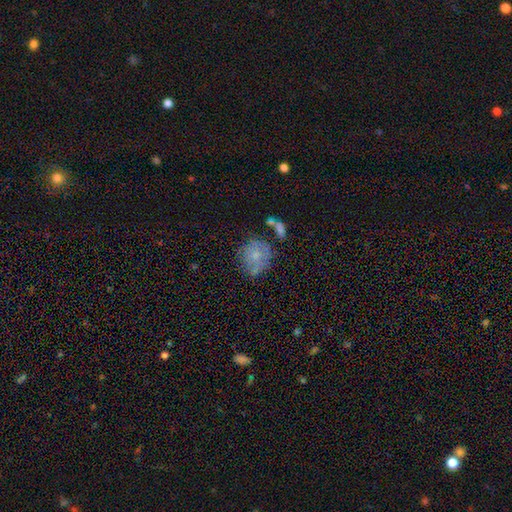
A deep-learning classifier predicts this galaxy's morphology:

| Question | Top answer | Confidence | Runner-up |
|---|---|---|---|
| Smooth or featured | smooth | 57% | featured or disk (33%) |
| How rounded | round | 75% | in between (23%) |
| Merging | none | 48% | minor disturbance (27%) |